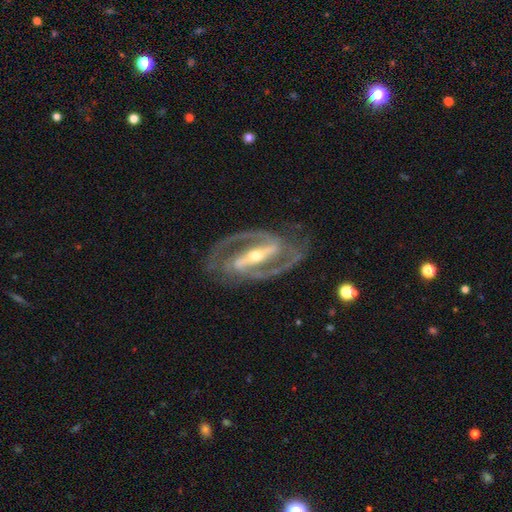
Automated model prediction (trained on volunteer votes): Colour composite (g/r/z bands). It shows a featured or disk galaxy (94%) with a strong bar (81%), 2 (94%) medium (57%) spiral arms (98%) and a small central bulge (48%, tied with moderate). Merging: none (80%).